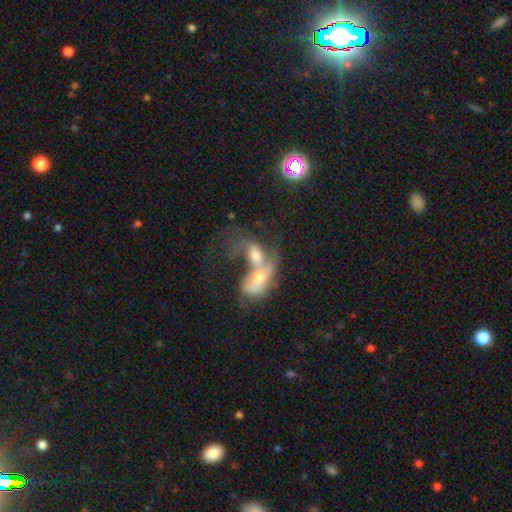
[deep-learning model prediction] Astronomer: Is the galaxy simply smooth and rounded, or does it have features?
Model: featured or disk — 52% (runner-up: smooth, 38%).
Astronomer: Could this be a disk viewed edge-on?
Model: no — 92%.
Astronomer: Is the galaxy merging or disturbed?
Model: merger — 81%.